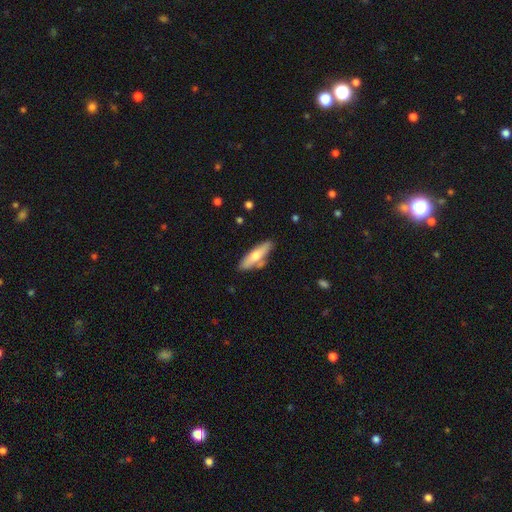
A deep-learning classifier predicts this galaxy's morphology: Smooth or featured: smooth — 59% (featured or disk — 36%)
How rounded: cigar-shaped — 62% (in between — 36%)
Merging: none — 72% (minor disturbance — 15%)